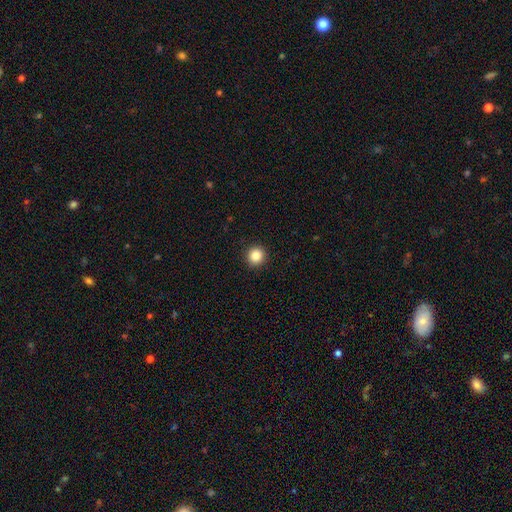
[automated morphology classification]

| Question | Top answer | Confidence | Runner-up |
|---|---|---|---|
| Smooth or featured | smooth | 86% | star or artifact (10%) |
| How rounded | round | 94% | in between (5%) |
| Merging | none | 93% | minor disturbance (4%) |